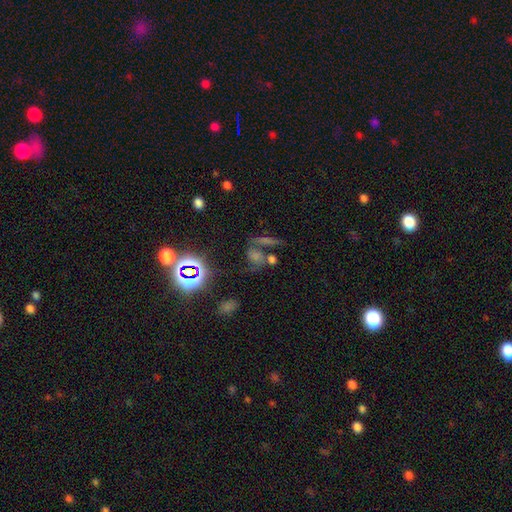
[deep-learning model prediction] Smooth or featured? star or artifact (43%)